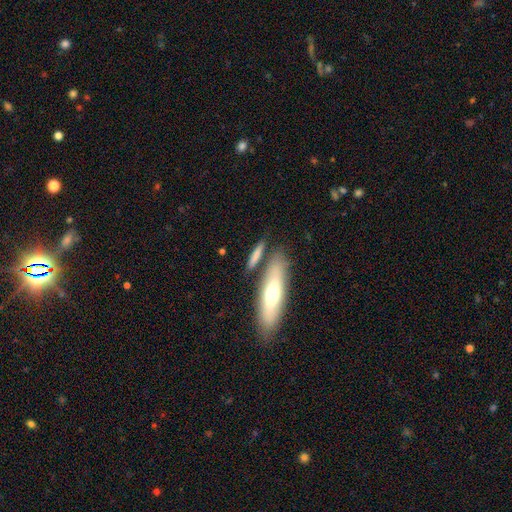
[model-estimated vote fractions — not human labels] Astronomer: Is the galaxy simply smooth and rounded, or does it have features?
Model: smooth — 70%.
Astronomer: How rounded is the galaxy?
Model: cigar-shaped — 73%.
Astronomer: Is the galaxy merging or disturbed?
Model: none — 69%.